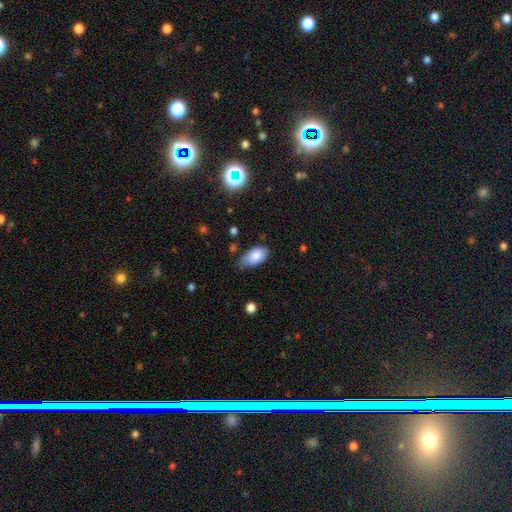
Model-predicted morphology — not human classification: smooth-or-featured: smooth: 84% | featured or disk: 8% | star or artifact: 8%
  how-rounded: in between: 94% | round: 3% | cigar-shaped: 3%
  merging: none: 57% | minor disturbance: 34% | major disturbance: 6% | merger: 2%